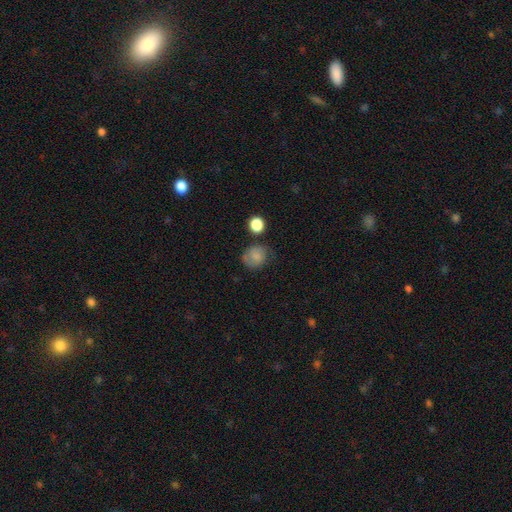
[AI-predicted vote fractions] smooth-or-featured: smooth: 73% | featured or disk: 16% | star or artifact: 11%
  how-rounded: round: 72% | in between: 27% | cigar-shaped: 1%
  merging: none: 59% | minor disturbance: 26% | major disturbance: 10% | merger: 5%